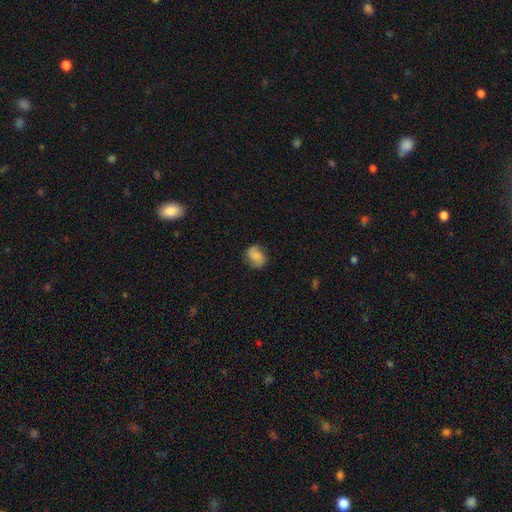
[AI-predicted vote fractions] This appears to be a smooth galaxy with no disk features (67%) that is round (54%). Merging: none (75%).